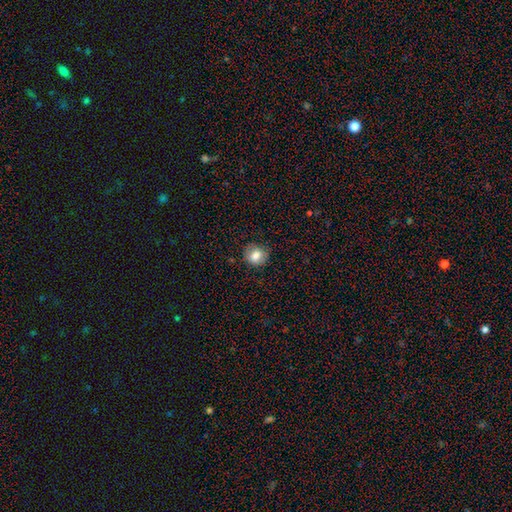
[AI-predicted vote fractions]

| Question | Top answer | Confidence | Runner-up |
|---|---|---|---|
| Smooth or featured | smooth | 79% | featured or disk (11%) |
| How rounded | round | 78% | in between (22%) |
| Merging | none | 82% | minor disturbance (14%) |